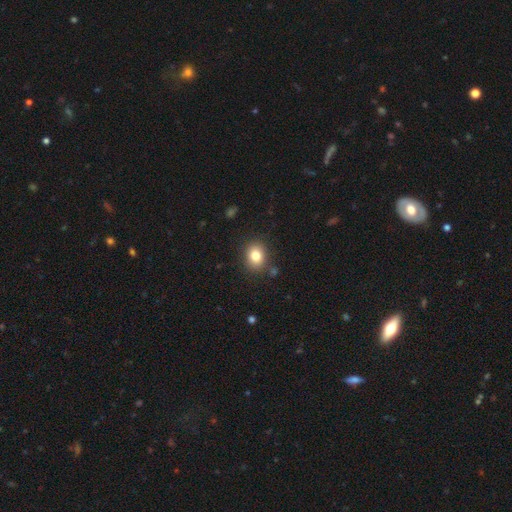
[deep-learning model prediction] Morphology: type=smooth (82%); roundness=round (56%); merging=none (85%).